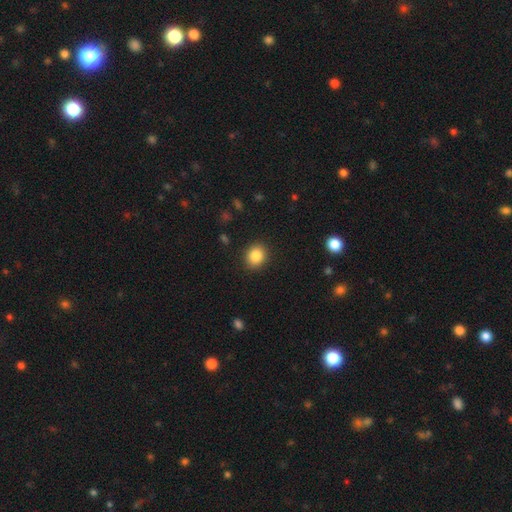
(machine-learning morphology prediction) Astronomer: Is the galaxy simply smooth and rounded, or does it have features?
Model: smooth — 85%.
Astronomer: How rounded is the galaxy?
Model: round — 70%.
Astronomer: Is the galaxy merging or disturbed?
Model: none — 90%.